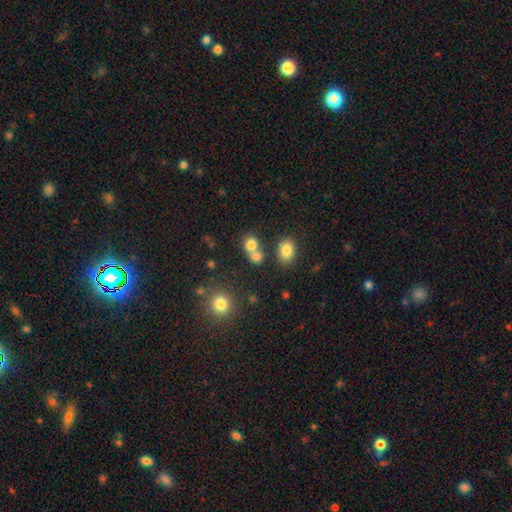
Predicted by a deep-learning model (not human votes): smooth 77%, star or artifact 14%, featured or disk 9%. Down the decision tree: how rounded — round (71%); merging — merger (45%).